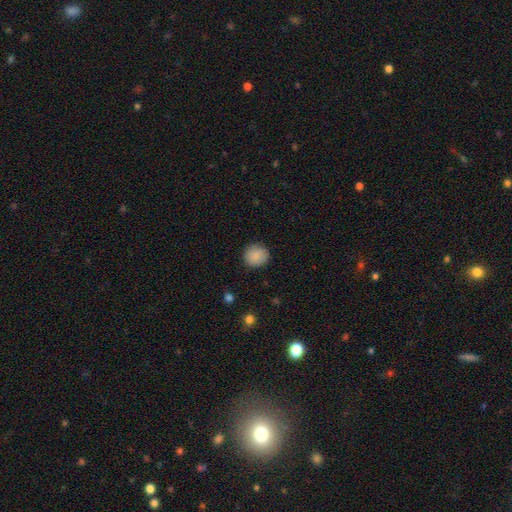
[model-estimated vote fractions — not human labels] Q: Smooth or featured?
A: smooth (88%); runner-up: star or artifact (8%)
Q: How rounded?
A: round (86%); runner-up: in between (13%)
Q: Merging?
A: none (88%); runner-up: minor disturbance (8%)